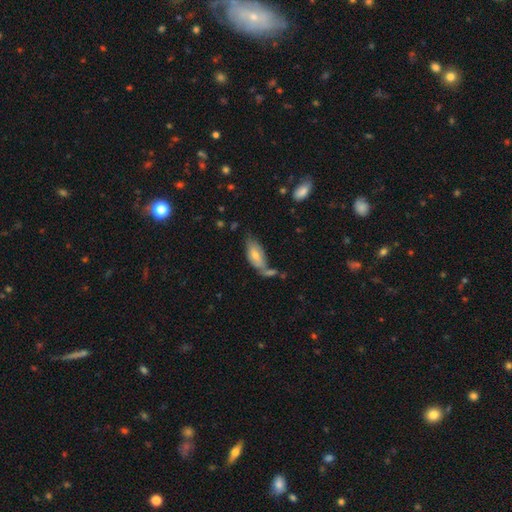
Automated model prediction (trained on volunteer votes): This is likely a smooth galaxy (69%). How rounded: clearly in between (85%). Merging: marginally none (41%).